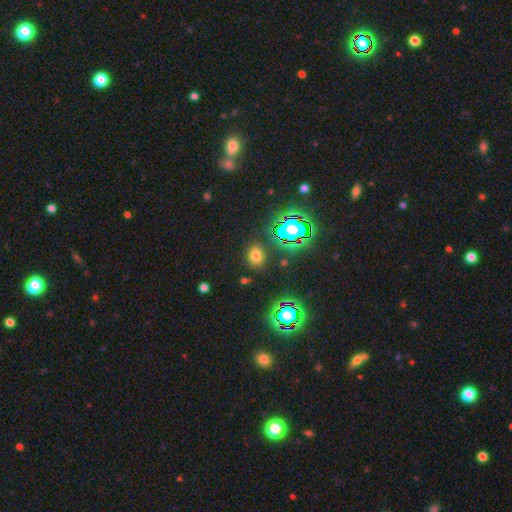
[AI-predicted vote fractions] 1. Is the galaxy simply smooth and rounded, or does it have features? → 64% smooth, 29% star or artifact, 7% featured or disk.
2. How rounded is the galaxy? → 55% in between, 44% round, 2% cigar-shaped.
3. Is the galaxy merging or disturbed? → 85% none, 9% minor disturbance, 3% major disturbance, 3% merger.